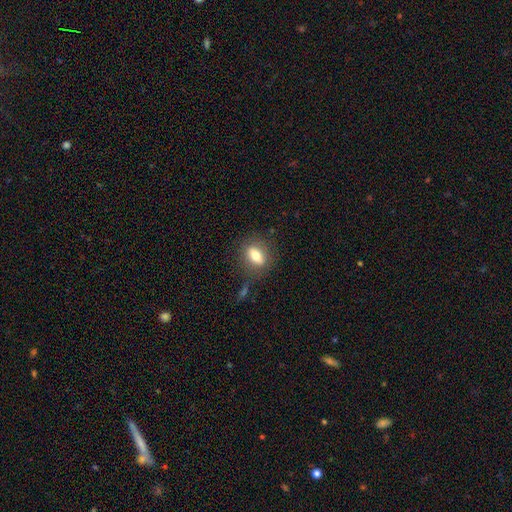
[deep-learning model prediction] Q: Smooth or featured?
A: smooth (72%); runner-up: featured or disk (20%)
Q: How rounded?
A: in between (72%); runner-up: round (21%)
Q: Merging?
A: none (80%); runner-up: minor disturbance (12%)